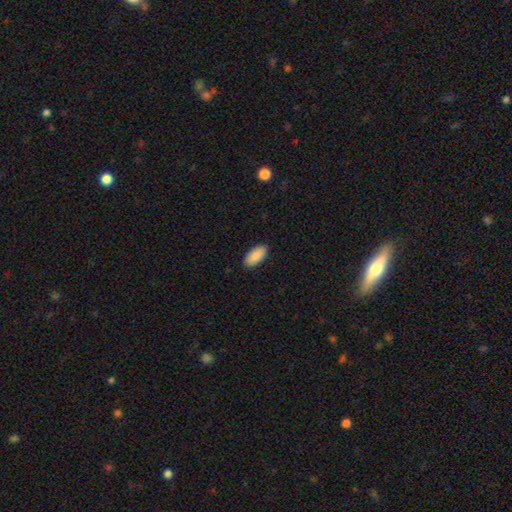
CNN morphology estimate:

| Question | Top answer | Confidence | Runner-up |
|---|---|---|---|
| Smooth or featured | smooth | 90% | star or artifact (6%) |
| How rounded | in between | 92% | cigar-shaped (6%) |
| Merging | none | 90% | minor disturbance (8%) |